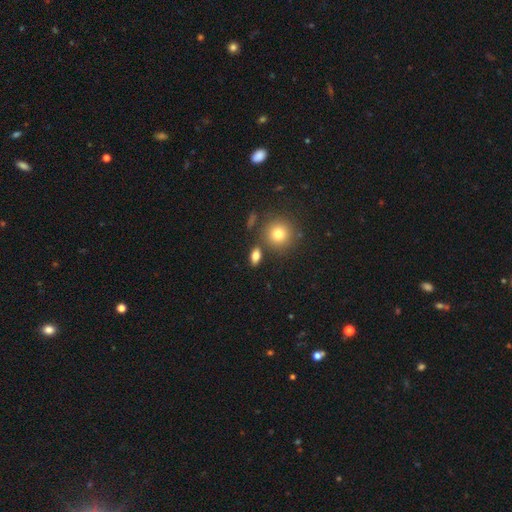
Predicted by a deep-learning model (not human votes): This appears to be a smooth galaxy with no disk features (78%) that is in between round and cigar-shaped (74%). Merging: none (77%).